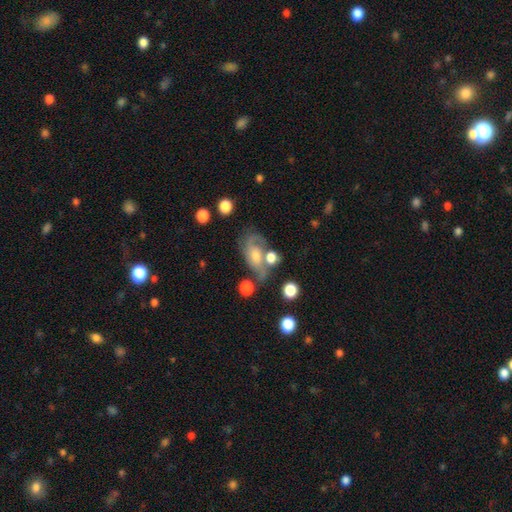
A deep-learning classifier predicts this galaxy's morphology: A featured or disk galaxy (62%) with no bar (60%), spiral arms (83%) and a moderate central bulge (43%). Merging: none (44%).